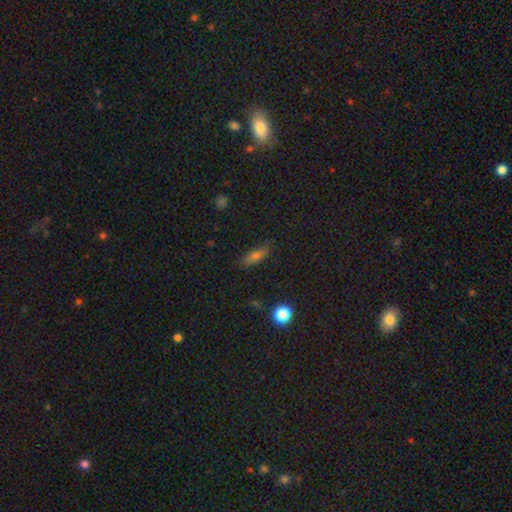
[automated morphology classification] Overall: smooth (65%). How rounded: in between (52%; cigar-shaped 43%). Merging: none (80%).